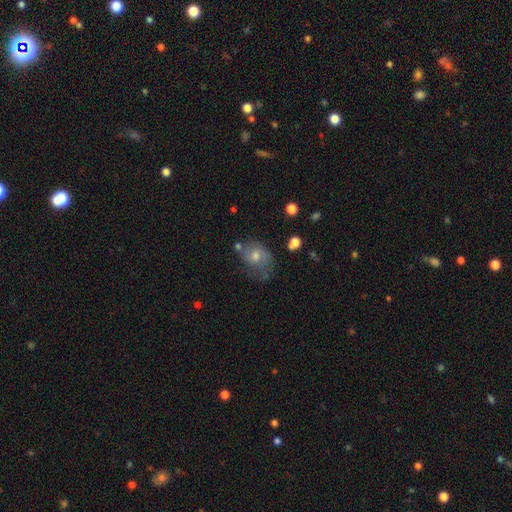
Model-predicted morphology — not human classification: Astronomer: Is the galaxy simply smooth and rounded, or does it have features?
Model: smooth — 57% (runner-up: featured or disk, 33%).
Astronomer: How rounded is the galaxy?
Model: in between — 59% (runner-up: round, 40%).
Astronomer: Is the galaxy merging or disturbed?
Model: none — 44% (runner-up: minor disturbance, 30%).